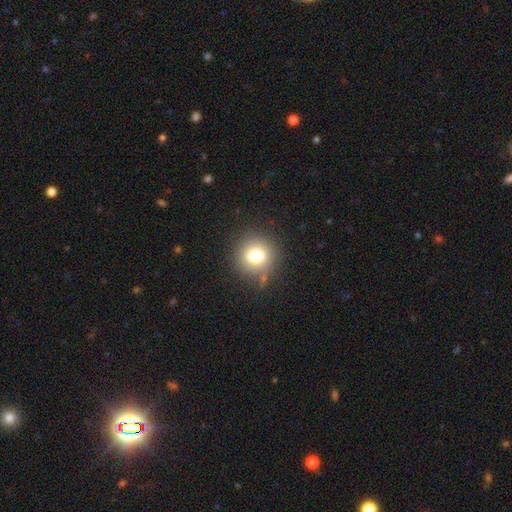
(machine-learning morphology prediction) Smooth or featured?
  - smooth: 76% *
  - star or artifact: 13%
  - featured or disk: 11%
How rounded?
  - round: 89% *
  - in between: 10%
  - cigar-shaped: 1%
Merging?
  - none: 83% *
  - minor disturbance: 10%
  - major disturbance: 4%
  - merger: 3%